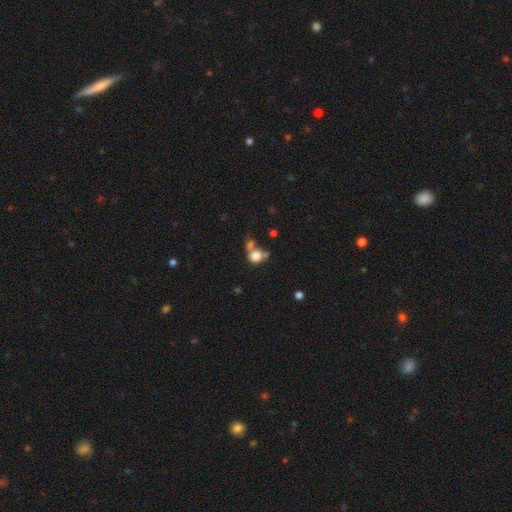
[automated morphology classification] Q: Smooth or featured?
A: smooth (78%); runner-up: star or artifact (11%)
Q: How rounded?
A: round (70%); runner-up: in between (28%)
Q: Merging?
A: merger (42%); runner-up: none (35%)